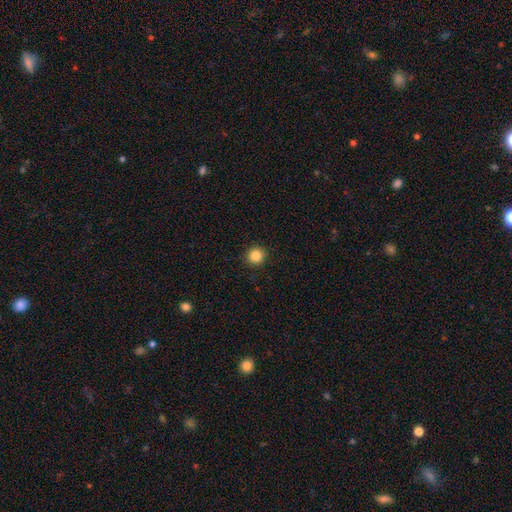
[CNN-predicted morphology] The model was most divided on "smooth or featured": smooth: 85%, star or artifact: 11%, featured or disk: 4%. More confident: how rounded — round (93%); merging — none (92%).